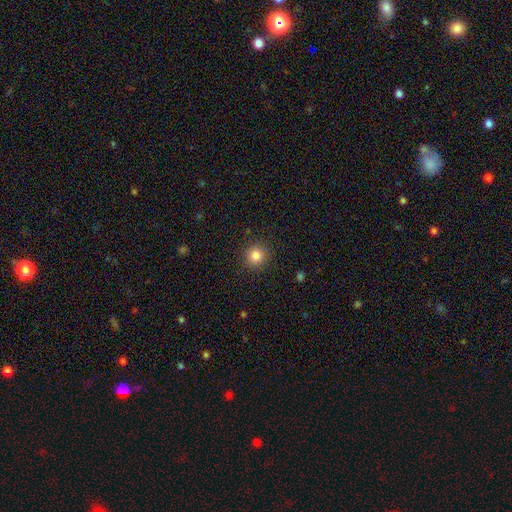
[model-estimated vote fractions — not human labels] smooth-or-featured: smooth: 84% | star or artifact: 11% | featured or disk: 5%
  how-rounded: round: 93% | in between: 6% | cigar-shaped: 1%
  merging: none: 91% | minor disturbance: 6% | major disturbance: 2% | merger: 1%